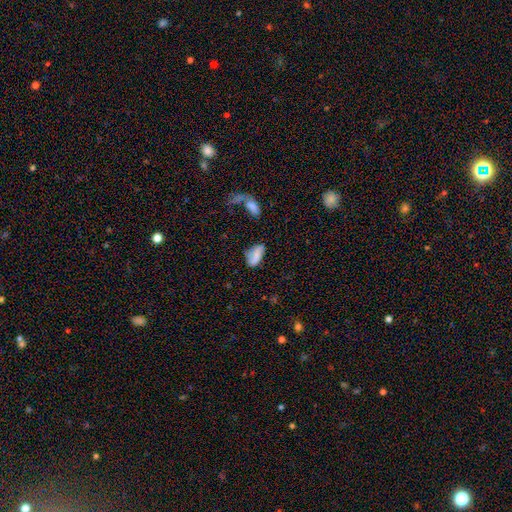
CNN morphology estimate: Q: Smooth or featured?
A: smooth (73%); runner-up: featured or disk (18%)
Q: How rounded?
A: in between (89%); runner-up: cigar-shaped (7%)
Q: Merging?
A: none (54%); runner-up: minor disturbance (28%)